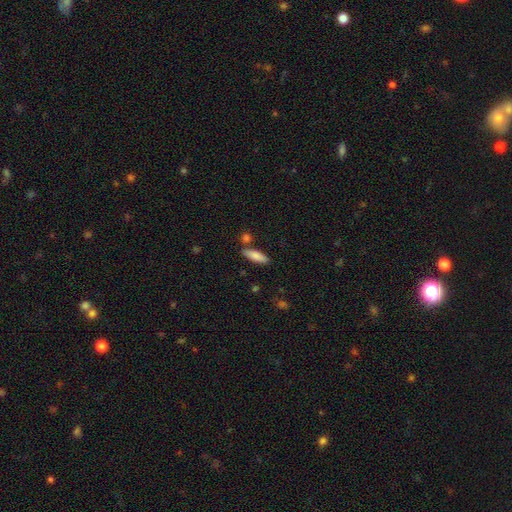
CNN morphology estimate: type=smooth (83%); roundness=cigar-shaped (54%); merging=none (78%).